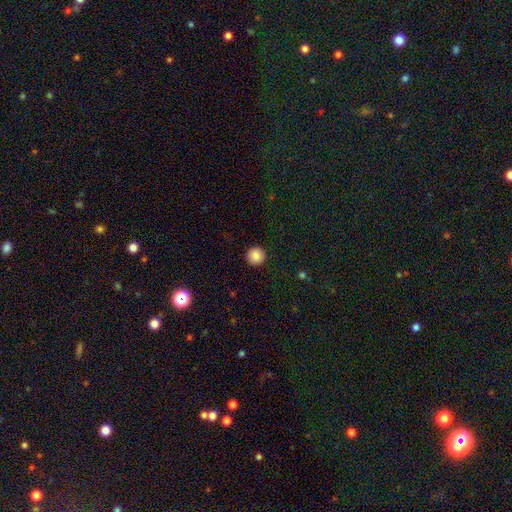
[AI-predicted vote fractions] Smooth or featured? Predicted: smooth (p=0.87). How rounded? Predicted: round (p=0.96). Merging? Predicted: none (p=0.92).